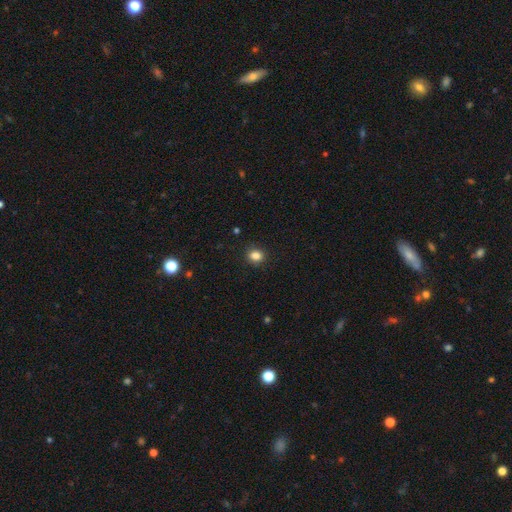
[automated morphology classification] A smooth galaxy with no disk features (84%) that is round (70%).

Vote fractions:
- Smooth or featured? smooth: 84% / star or artifact: 12% / featured or disk: 4%
- How rounded? round: 70% / in between: 29% / cigar-shaped: 1%
- Merging? none: 90% / minor disturbance: 7% / major disturbance: 2% / merger: 1%